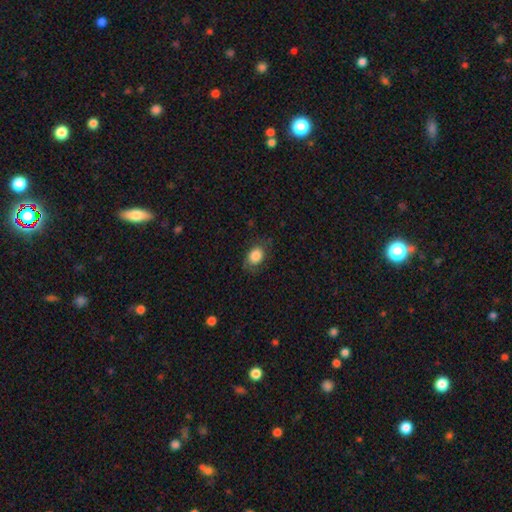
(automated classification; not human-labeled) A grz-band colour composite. It shows a smooth galaxy with no disk features (84%) that is in between round and cigar-shaped (68%). Merging: none (73%).